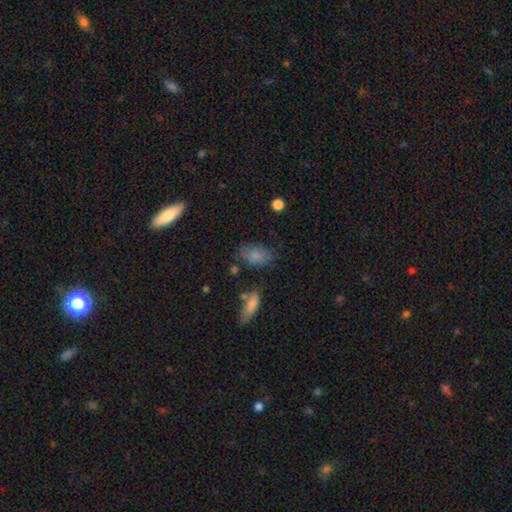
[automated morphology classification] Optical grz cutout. It shows a smooth galaxy with no disk features (80%) that is in between round and cigar-shaped (89%). Merging: none (64%).